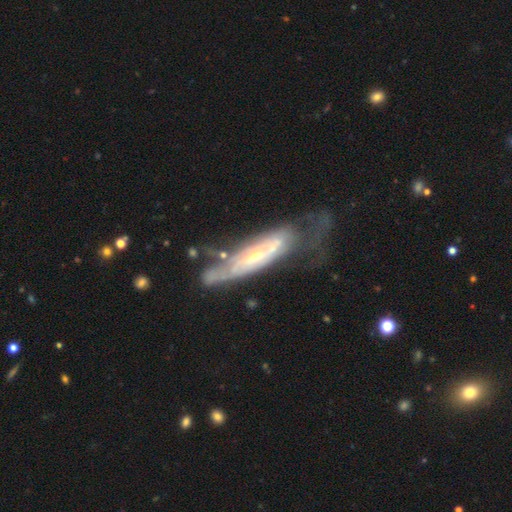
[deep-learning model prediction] Overall: featured or disk (73%). Edge-on disk: no (70%; yes 30%). Bar: no (65%). Spiral arms: yes (68%; no 32%). Bulge size: small (64%; moderate 31%). Merging: none (35%; major disturbance 31%).